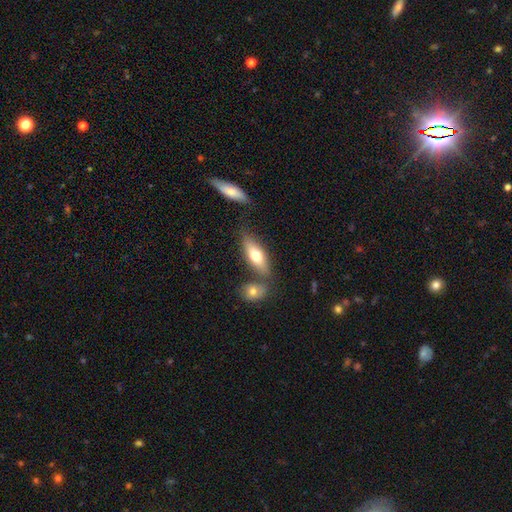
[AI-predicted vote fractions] smooth-or-featured: smooth: 68% | featured or disk: 26% | star or artifact: 6%
  how-rounded: in between: 72% | cigar-shaped: 25% | round: 3%
  merging: none: 64% | merger: 18% | minor disturbance: 14% | major disturbance: 4%